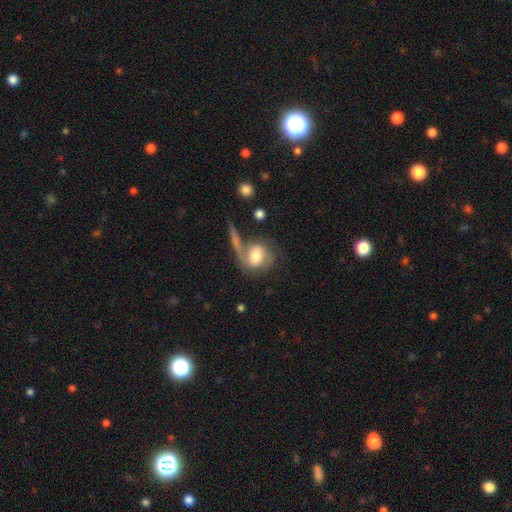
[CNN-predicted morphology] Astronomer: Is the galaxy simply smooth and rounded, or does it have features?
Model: smooth — 49% (runner-up: featured or disk, 43%).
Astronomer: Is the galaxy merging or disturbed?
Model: none — 42% (runner-up: major disturbance, 21%).